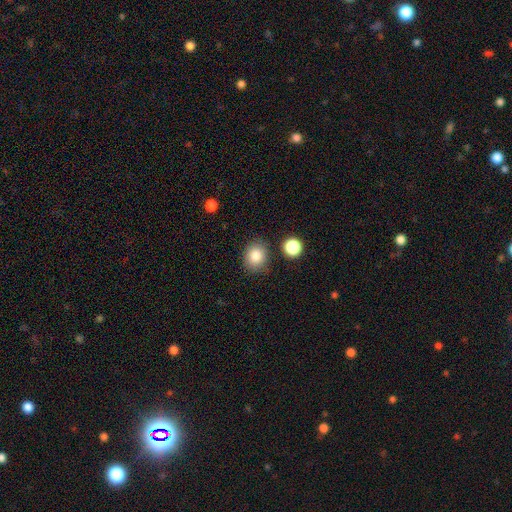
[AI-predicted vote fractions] Smooth or featured: smooth — 84% (star or artifact — 10%)
How rounded: round — 63% (in between — 36%)
Merging: none — 82% (minor disturbance — 11%)